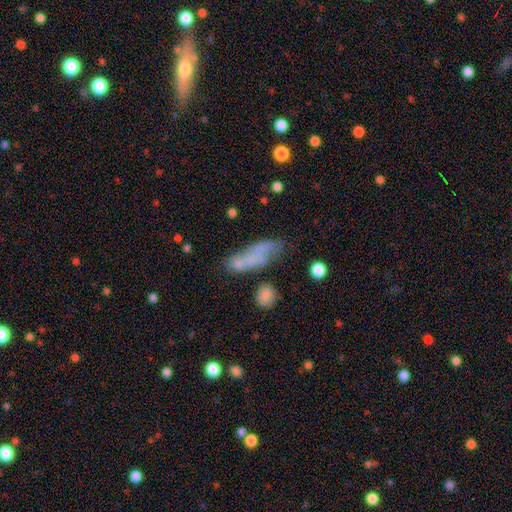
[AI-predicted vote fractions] Smooth or featured?
  - smooth: 59% *
  - featured or disk: 29%
  - star or artifact: 12%
How rounded?
  - in between: 52% *
  - cigar-shaped: 43%
  - round: 5%
Merging?
  - none: 38% *
  - minor disturbance: 25%
  - major disturbance: 19%
  - merger: 18%